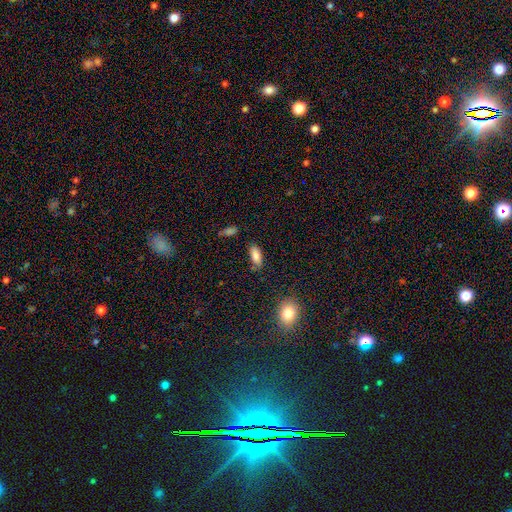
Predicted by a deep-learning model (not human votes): The model was most divided on "merging": none: 79%, minor disturbance: 15%, major disturbance: 3%, merger: 3%. More confident: smooth or featured — smooth (84%); how rounded — in between (84%).